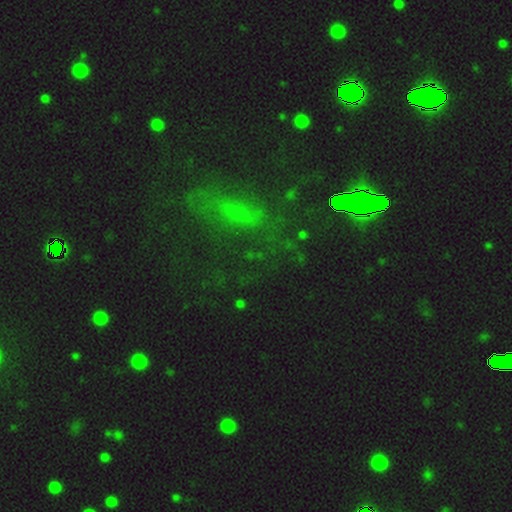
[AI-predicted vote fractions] Overall: star or artifact (49%; smooth 31%).